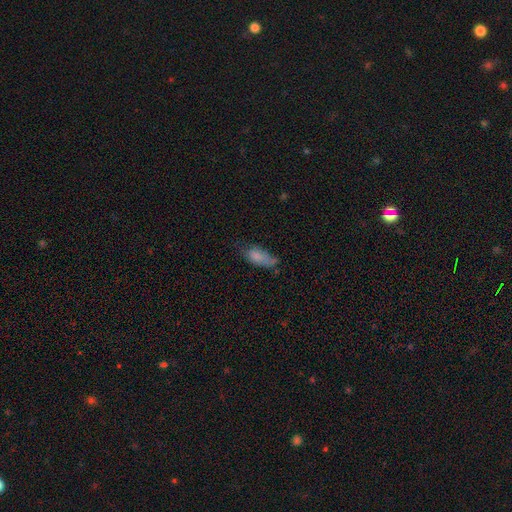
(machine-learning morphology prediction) Smooth or featured: smooth — 75% (featured or disk — 16%)
How rounded: in between — 82% (cigar-shaped — 15%)
Merging: none — 42% (minor disturbance — 35%)